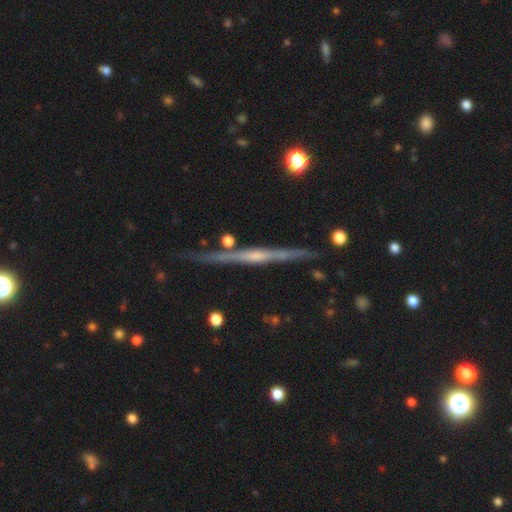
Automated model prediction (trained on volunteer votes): smooth-or-featured: featured or disk: 81% | smooth: 11% | star or artifact: 9%
  disk-edge-on: yes: 98% | no: 2%
    edge-on-bulge: rounded: 67% | none: 23% | boxy: 10%
  merging: none: 87% | minor disturbance: 8% | merger: 3% | major disturbance: 2%